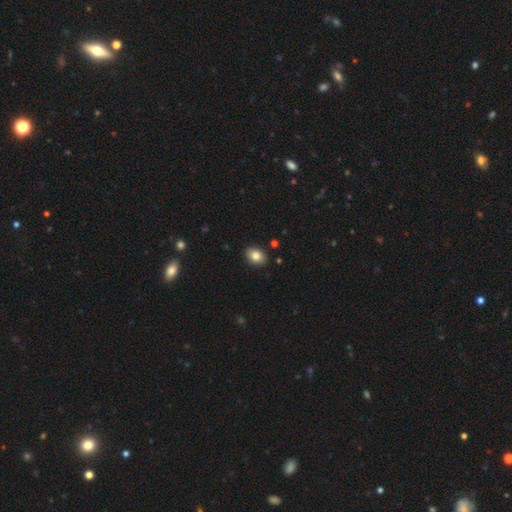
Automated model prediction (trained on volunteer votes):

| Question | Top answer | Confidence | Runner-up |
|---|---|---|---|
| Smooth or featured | smooth | 83% | star or artifact (9%) |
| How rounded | in between | 75% | round (24%) |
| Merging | none | 89% | minor disturbance (8%) |